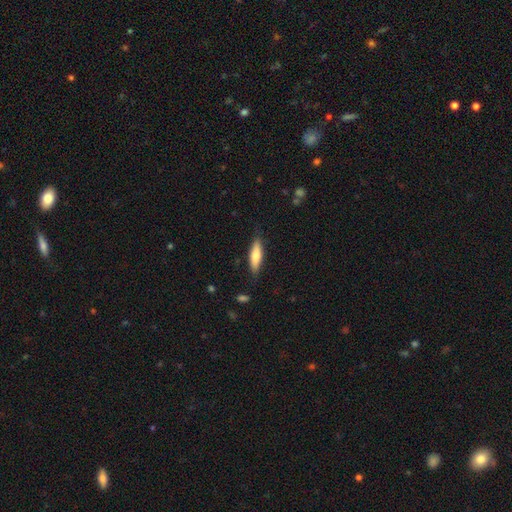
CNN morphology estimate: Smooth or featured: smooth — 71% (featured or disk — 23%)
How rounded: cigar-shaped — 62% (in between — 36%)
Merging: none — 82% (minor disturbance — 14%)